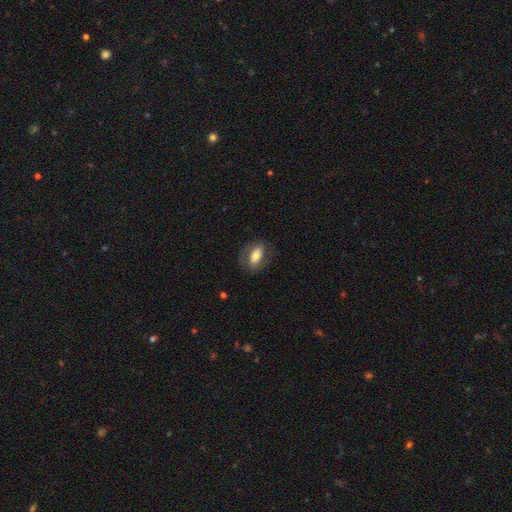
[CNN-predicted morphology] type=smooth (58%); roundness=in between (87%); merging=none (72%).